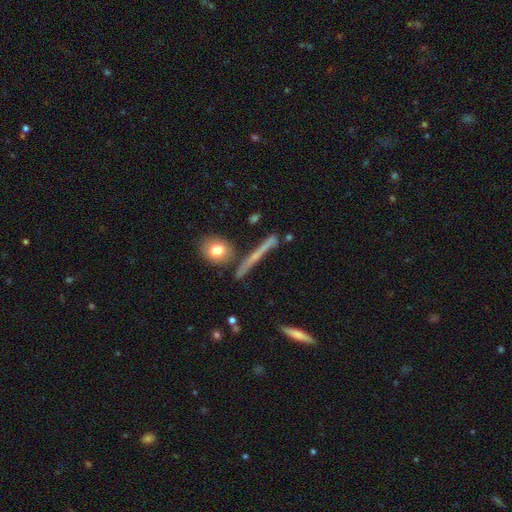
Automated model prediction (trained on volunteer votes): Smooth or featured? featured or disk (46%)
Merging? none (75%)